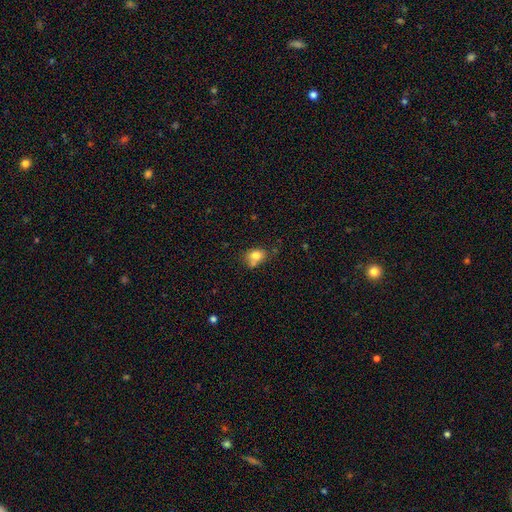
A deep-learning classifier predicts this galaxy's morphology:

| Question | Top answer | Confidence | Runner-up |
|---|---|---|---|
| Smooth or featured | smooth | 79% | featured or disk (11%) |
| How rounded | in between | 53% | round (46%) |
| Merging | none | 54% | minor disturbance (21%) |